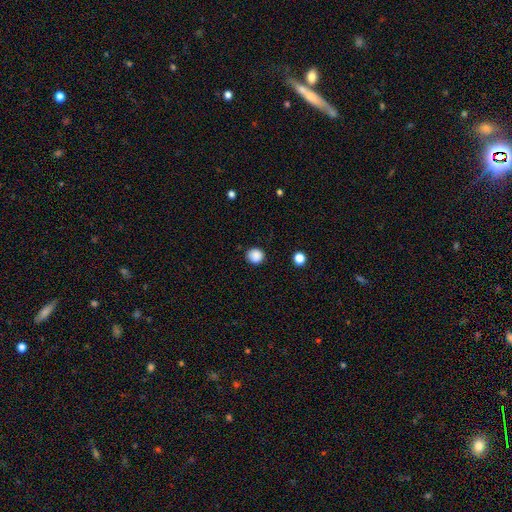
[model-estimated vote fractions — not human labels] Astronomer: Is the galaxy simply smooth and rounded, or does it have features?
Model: smooth — 87%.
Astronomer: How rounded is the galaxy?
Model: round — 90%.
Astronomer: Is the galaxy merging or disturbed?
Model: none — 88%.